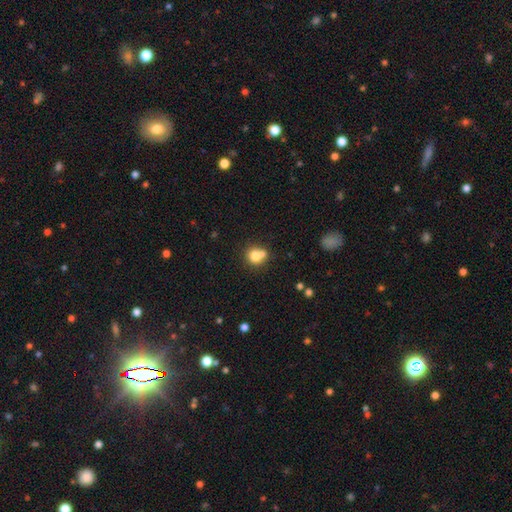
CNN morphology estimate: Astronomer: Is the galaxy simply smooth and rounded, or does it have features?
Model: smooth — 77%.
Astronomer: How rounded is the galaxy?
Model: round — 82%.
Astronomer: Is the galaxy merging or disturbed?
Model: none — 47% (runner-up: merger, 38%).